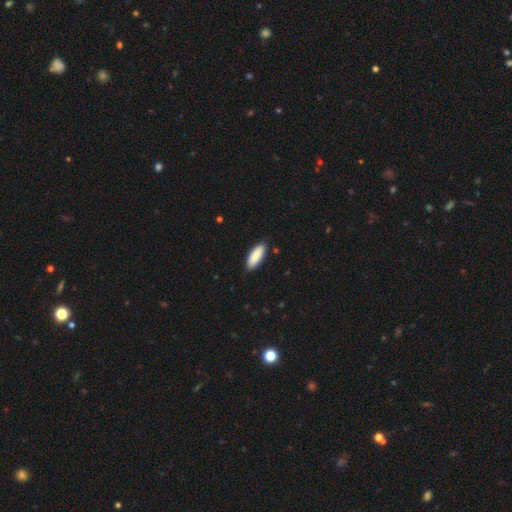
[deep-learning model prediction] smooth 89%, featured or disk 6%, star or artifact 5%. Down the decision tree: how rounded — in between (73%); merging — none (87%).